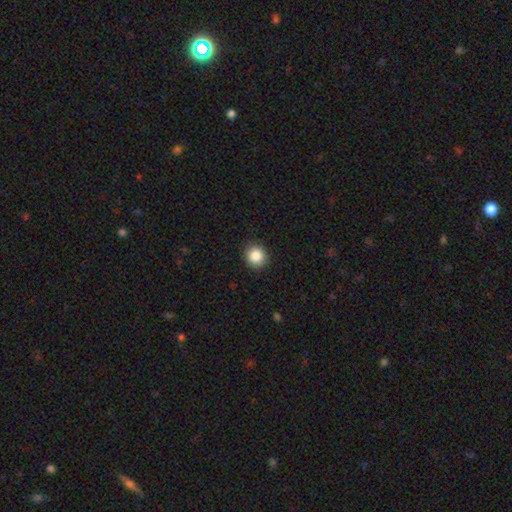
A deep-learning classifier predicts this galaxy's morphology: Smooth or featured? Predicted: smooth (p=0.86). How rounded? Predicted: round (p=0.87). Merging? Predicted: none (p=0.91).